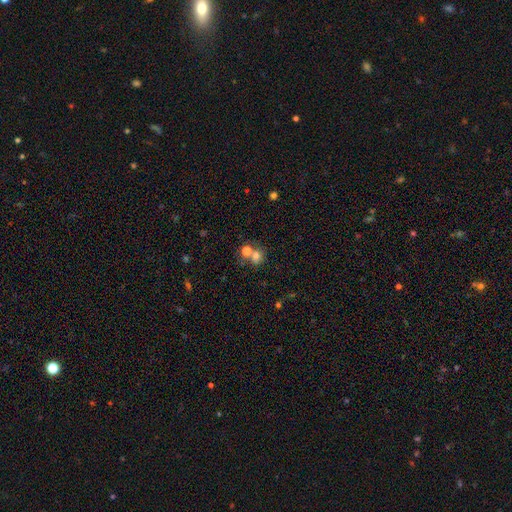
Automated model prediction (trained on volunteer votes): Morphology: type=smooth (70%); roundness=round (68%); merging=merger (45%).